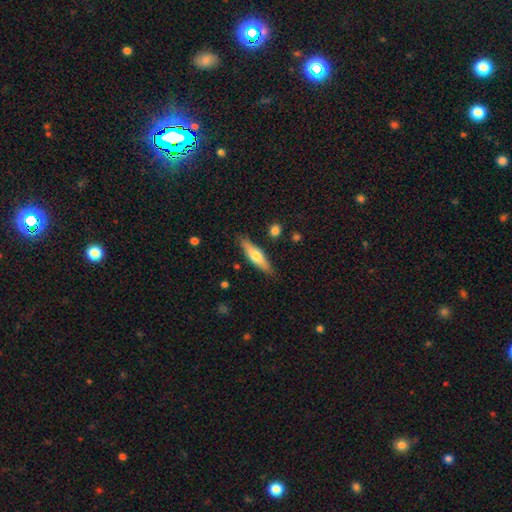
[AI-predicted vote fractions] Smooth or featured?
  - smooth: 56% *
  - featured or disk: 39%
  - star or artifact: 6%
How rounded?
  - cigar-shaped: 70% *
  - in between: 28%
  - round: 2%
Merging?
  - none: 85% *
  - minor disturbance: 11%
  - major disturbance: 2%
  - merger: 2%